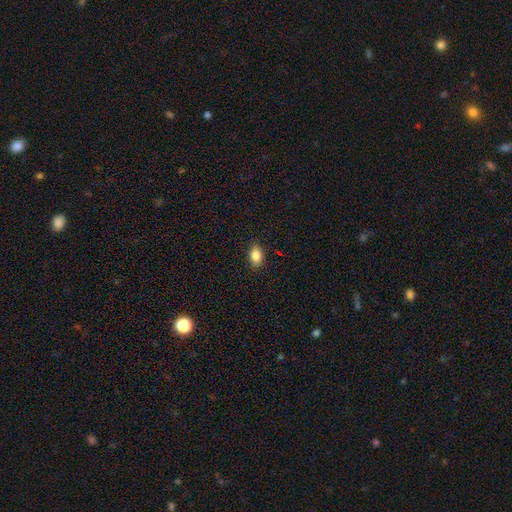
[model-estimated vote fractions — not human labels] smooth-or-featured: smooth: 85% | star or artifact: 9% | featured or disk: 6%
  how-rounded: in between: 82% | round: 16% | cigar-shaped: 2%
  merging: none: 86% | minor disturbance: 11% | major disturbance: 2% | merger: 1%